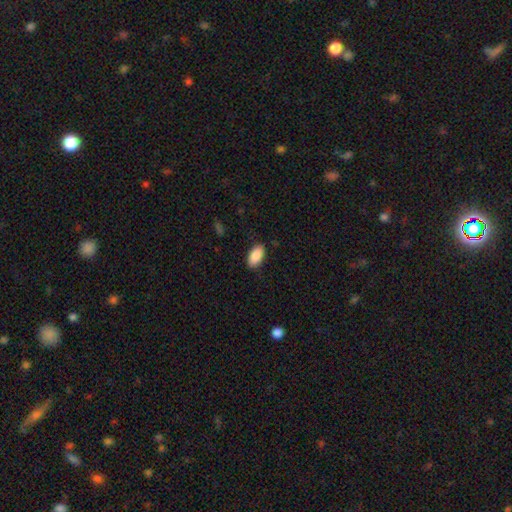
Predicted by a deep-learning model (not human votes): A smooth galaxy with no disk features (90%) that is in between round and cigar-shaped (95%).

Vote fractions:
- Smooth or featured? smooth: 90% / star or artifact: 6% / featured or disk: 3%
- How rounded? in between: 95% / round: 3% / cigar-shaped: 3%
- Merging? none: 86% / minor disturbance: 10% / major disturbance: 2% / merger: 1%